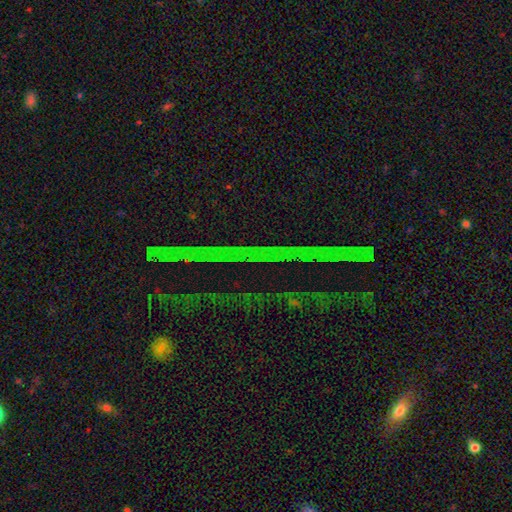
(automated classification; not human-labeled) A star or artifact, not a galaxy (76%).

Vote fractions:
- Smooth or featured? star or artifact: 76% / featured or disk: 13% / smooth: 11%